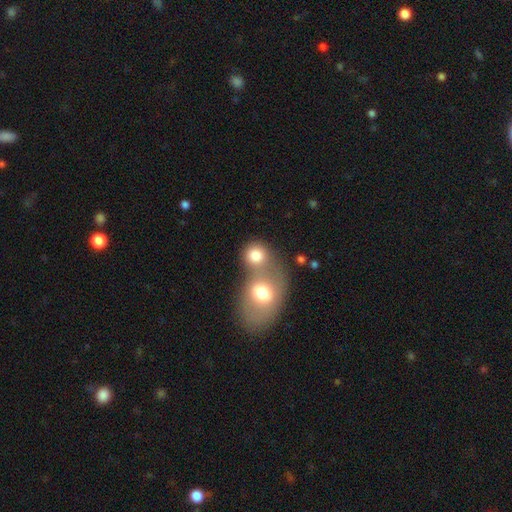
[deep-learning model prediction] This appears to be a smooth galaxy with no disk features (79%) that is round (71%). Merging: merger (56%).